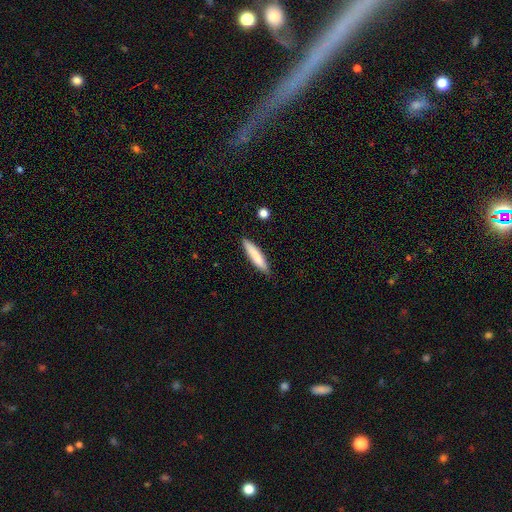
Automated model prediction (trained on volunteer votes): Smooth or featured? Predicted: smooth (p=0.82). How rounded? Predicted: cigar-shaped (p=0.84). Merging? Predicted: none (p=0.86).